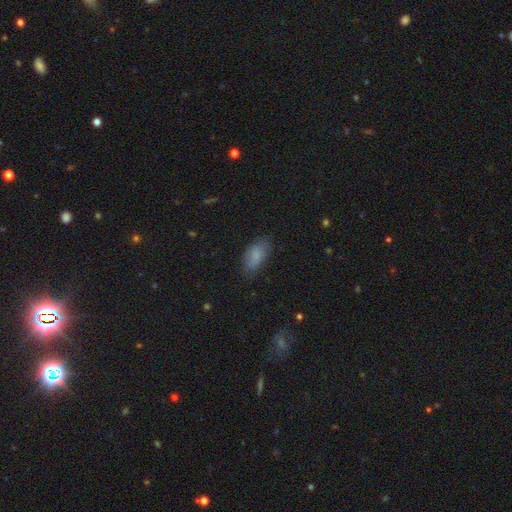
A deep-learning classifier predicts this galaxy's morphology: The model was most divided on "merging": none: 71%, minor disturbance: 21%, major disturbance: 6%, merger: 2%. More confident: how rounded — in between (91%); smooth or featured — smooth (81%).